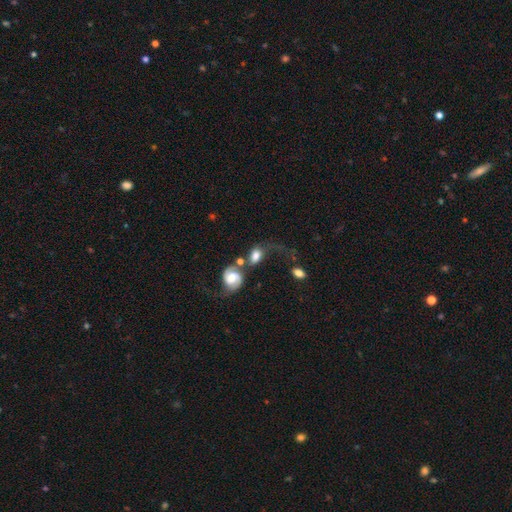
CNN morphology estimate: Overall: smooth (59%; featured or disk 33%). How rounded: in between (69%). Merging: merger (36%; none 27%).